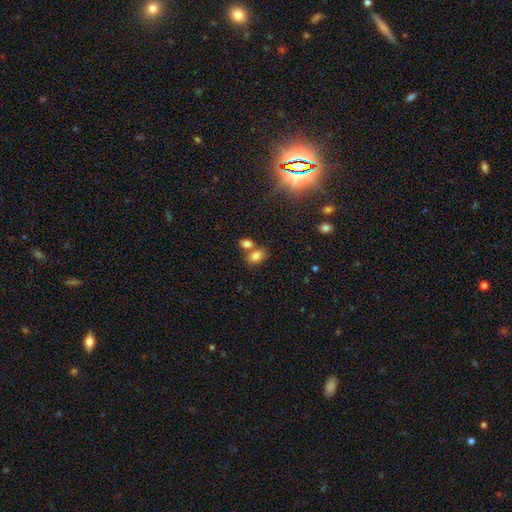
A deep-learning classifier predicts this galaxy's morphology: type=smooth (80%); roundness=in between (81%); merging=none (49%).